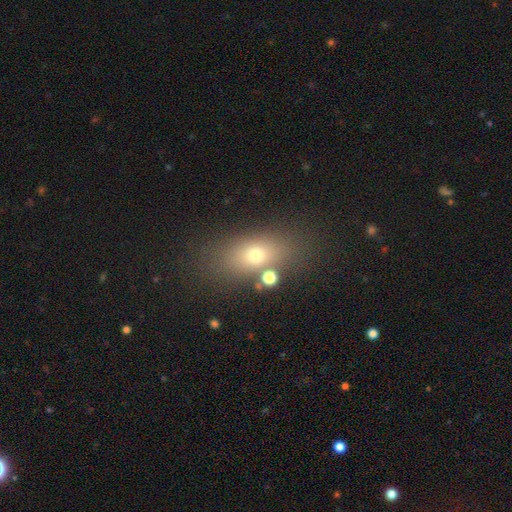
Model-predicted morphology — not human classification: Smooth or featured?
  - smooth: 66% *
  - featured or disk: 18%
  - star or artifact: 16%
How rounded?
  - in between: 73% *
  - round: 17%
  - cigar-shaped: 9%
Merging?
  - none: 74% *
  - minor disturbance: 11%
  - merger: 10%
  - major disturbance: 5%